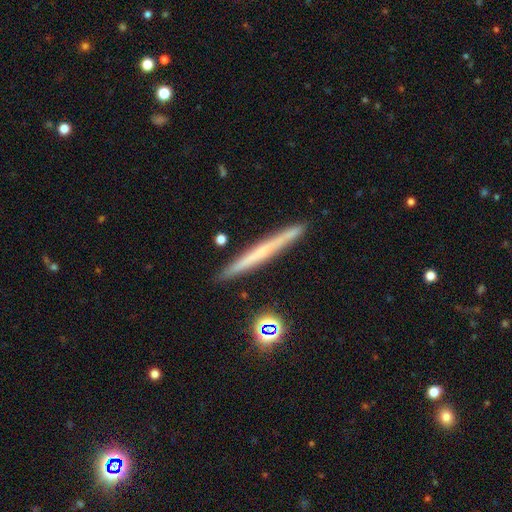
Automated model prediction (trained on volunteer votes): This appears to be a featured or disk galaxy (49%). Merging: none (89%).